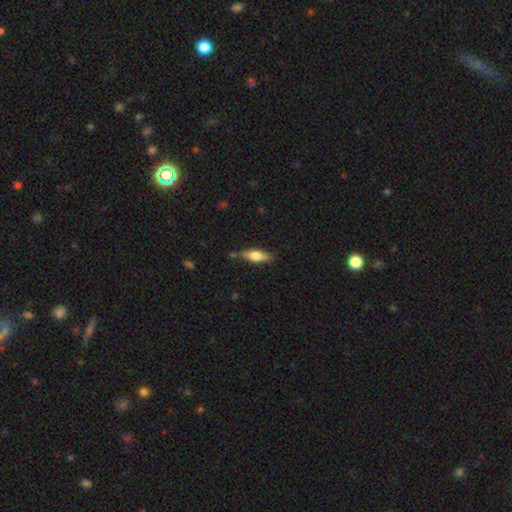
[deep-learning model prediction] A smooth galaxy with no disk features (61%) that is in between round and cigar-shaped (53%).

Vote fractions:
- Smooth or featured? smooth: 61% / featured or disk: 33% / star or artifact: 6%
- How rounded? in between: 53% / cigar-shaped: 45% / round: 3%
- Merging? none: 76% / minor disturbance: 17% / merger: 4% / major disturbance: 3%